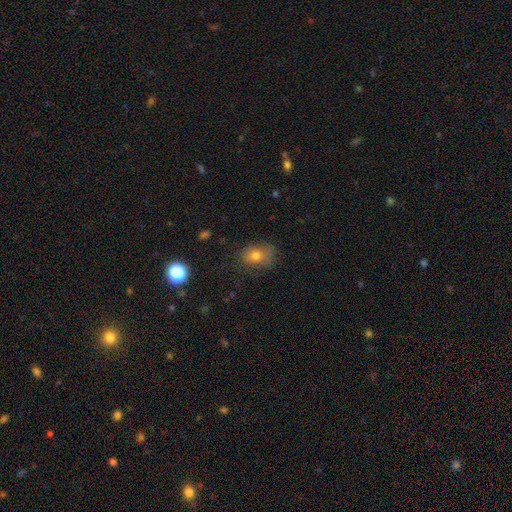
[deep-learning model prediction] A smooth galaxy with no disk features (73%) that is in between round and cigar-shaped (60%). Merging: none (60%).